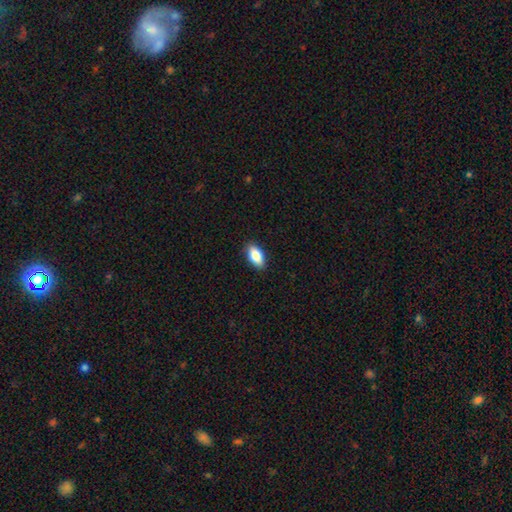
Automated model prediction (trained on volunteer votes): smooth-or-featured: smooth: 84% | featured or disk: 9% | star or artifact: 7%
  how-rounded: in between: 90% | cigar-shaped: 6% | round: 4%
  merging: none: 88% | minor disturbance: 9% | major disturbance: 2% | merger: 1%